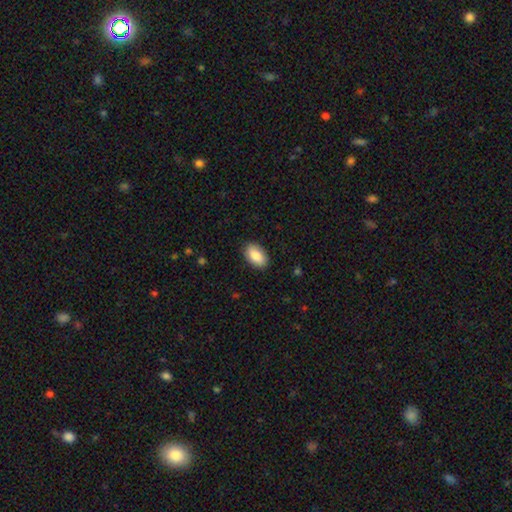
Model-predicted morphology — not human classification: smooth-or-featured: smooth: 85% | featured or disk: 9% | star or artifact: 6%
  how-rounded: in between: 94% | round: 5% | cigar-shaped: 2%
  merging: none: 87% | minor disturbance: 9% | major disturbance: 2% | merger: 1%